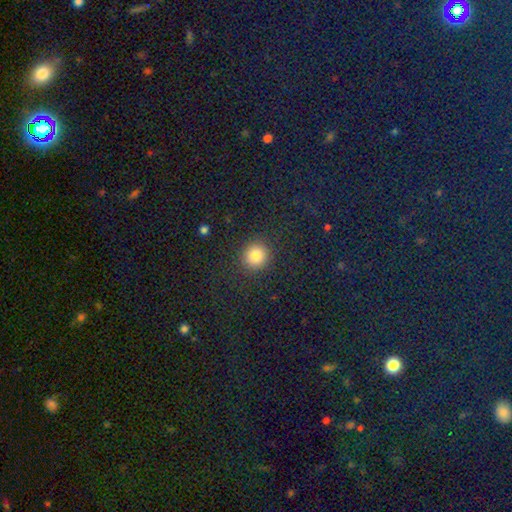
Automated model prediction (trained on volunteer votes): This is clearly a smooth galaxy (82%). How rounded: clearly round (91%). Merging: clearly none (90%).